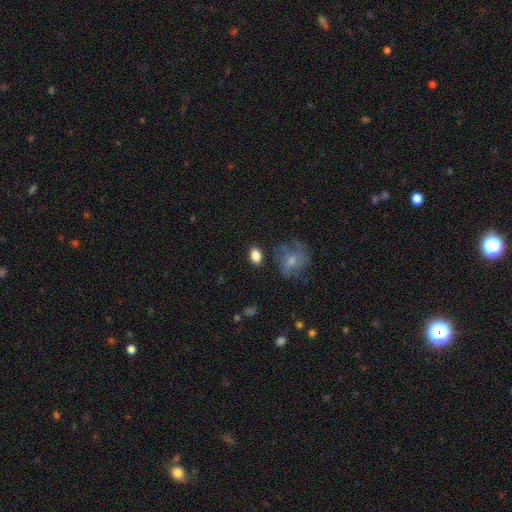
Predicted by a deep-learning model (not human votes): Morphology: type=smooth (86%); roundness=in between (82%); merging=none (82%).